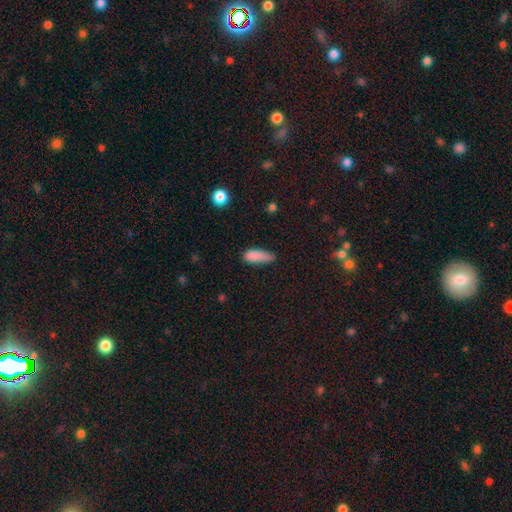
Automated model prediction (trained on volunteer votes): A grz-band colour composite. It shows a smooth galaxy with no disk features (85%) that is in between round and cigar-shaped (60%). Merging: none (47%).